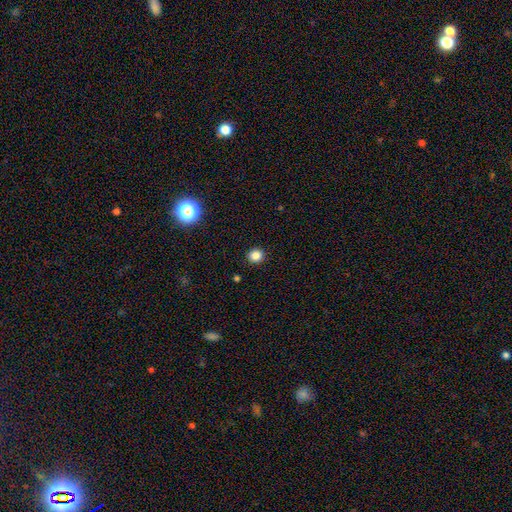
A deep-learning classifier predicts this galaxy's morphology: Q: Smooth or featured?
A: smooth (84%); runner-up: star or artifact (13%)
Q: How rounded?
A: round (90%); runner-up: in between (9%)
Q: Merging?
A: none (92%); runner-up: minor disturbance (5%)